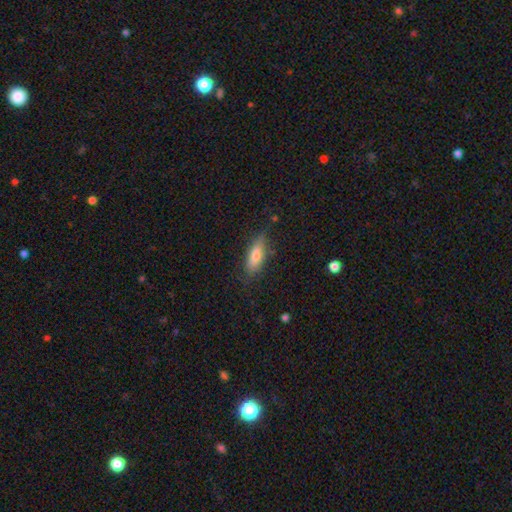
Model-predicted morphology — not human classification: Smooth or featured? Predicted: smooth (p=0.72). How rounded? Predicted: in between (p=0.58). Merging? Predicted: none (p=0.75).